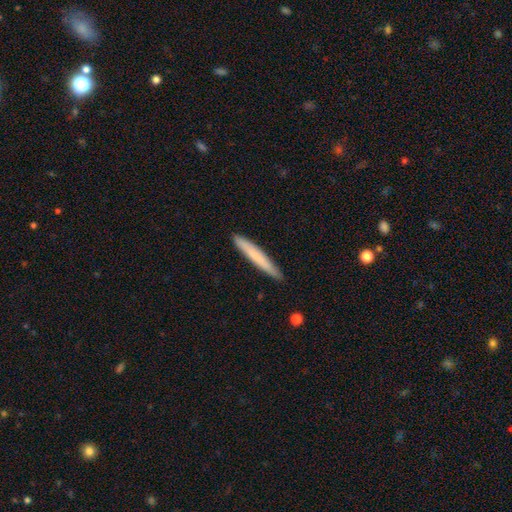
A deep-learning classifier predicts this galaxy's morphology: Q: Smooth or featured?
A: smooth (71%); runner-up: featured or disk (23%)
Q: How rounded?
A: cigar-shaped (96%); runner-up: in between (3%)
Q: Merging?
A: none (89%); runner-up: minor disturbance (9%)